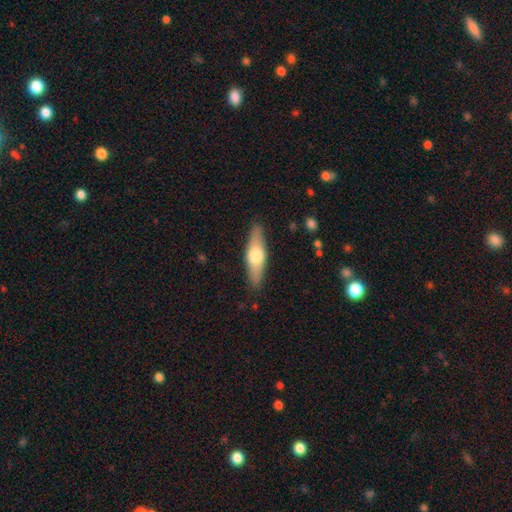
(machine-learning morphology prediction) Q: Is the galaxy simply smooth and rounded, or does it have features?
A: smooth — 53%.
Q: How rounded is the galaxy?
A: cigar-shaped — 56%.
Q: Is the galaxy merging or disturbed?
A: none — 87%.